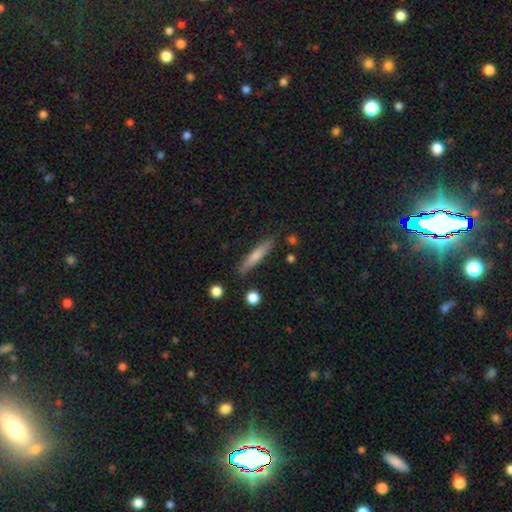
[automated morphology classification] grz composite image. It shows a featured or disk galaxy (41%, tied with smooth). Merging: none (84%).